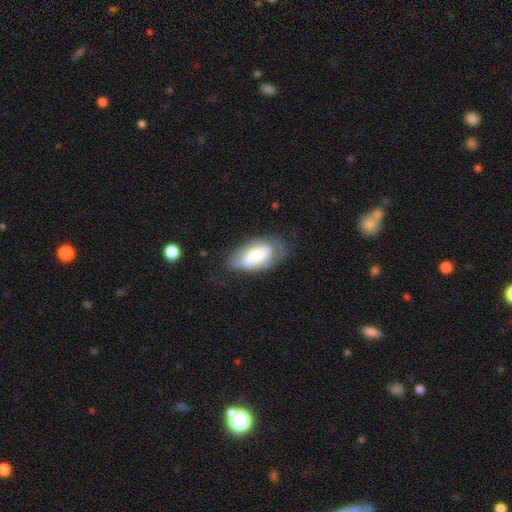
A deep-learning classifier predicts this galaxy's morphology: This is possibly a featured or disk galaxy (47%). Merging: possibly none (55%).